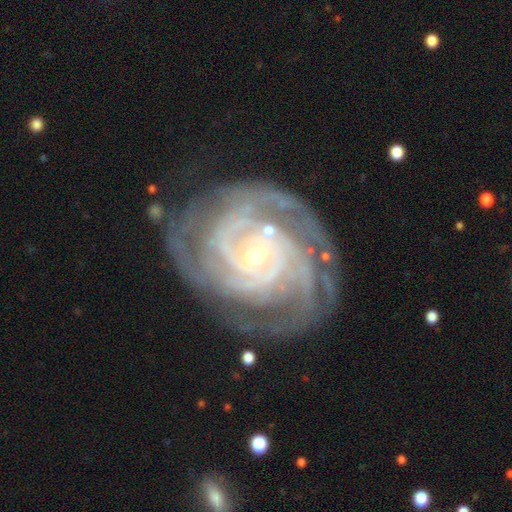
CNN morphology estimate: The model was most divided on "spiral arm count": 3: 24%, 4: 22%, can't tell: 18%, 2: 16%, more than 4: 13%, 1: 7%. More confident: spiral arms — yes (98%); edge-on disk — no (97%); smooth or featured — featured or disk (92%); spiral winding — tight (76%); merging — none (74%); bulge size — small (64%); bar — no (63%).